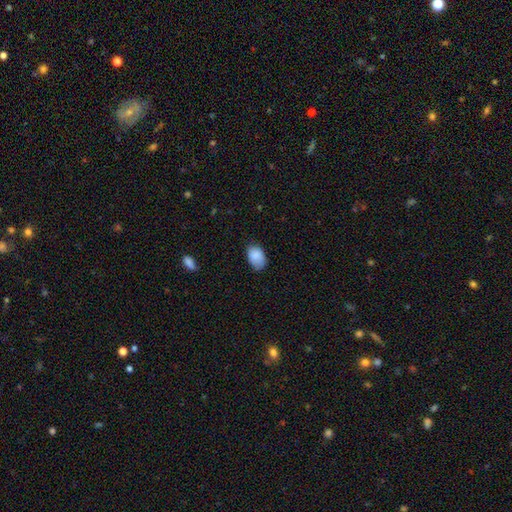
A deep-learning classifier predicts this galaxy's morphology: Overall: smooth (86%). How rounded: in between (85%). Merging: none (66%; minor disturbance 27%).